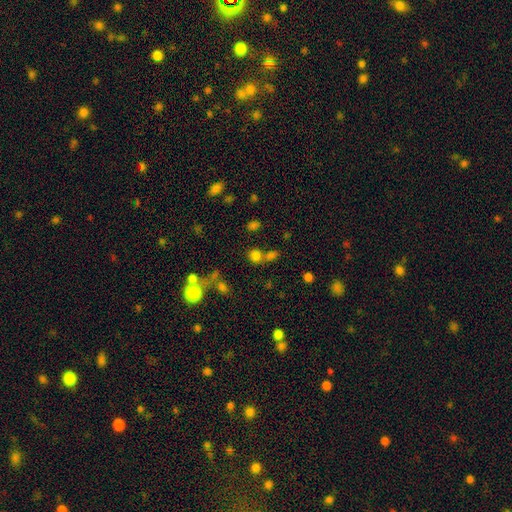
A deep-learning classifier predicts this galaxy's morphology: Smooth or featured? smooth (73%)
How rounded? round (78%)
Merging? none (56%)